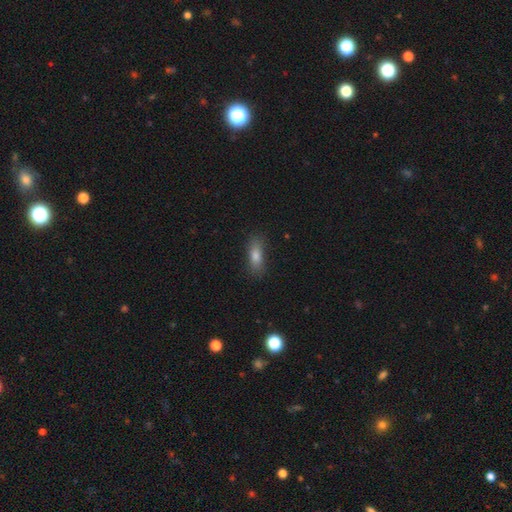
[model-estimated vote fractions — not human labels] The model was most divided on "how rounded": in between: 64%, cigar-shaped: 29%, round: 6%. More confident: merging — none (85%); smooth or featured — smooth (72%).